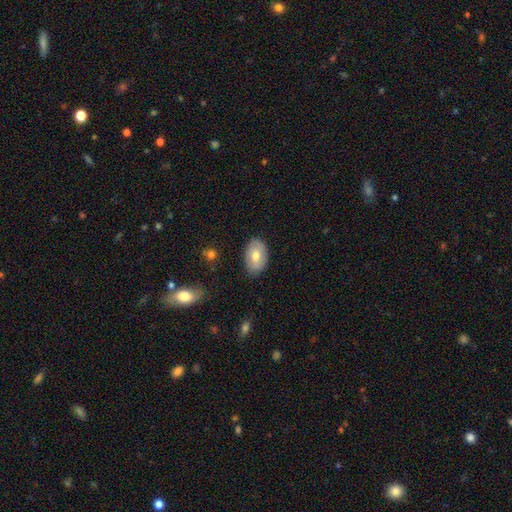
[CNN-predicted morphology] Smooth or featured? smooth (66%)
How rounded? in between (89%)
Merging? none (82%)